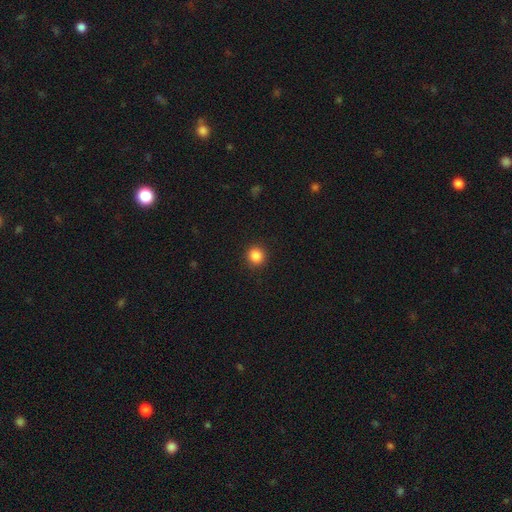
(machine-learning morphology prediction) smooth-or-featured: smooth: 87% | star or artifact: 10% | featured or disk: 3%
  how-rounded: round: 91% | in between: 8% | cigar-shaped: 1%
  merging: none: 92% | minor disturbance: 6% | major disturbance: 2% | merger: 1%